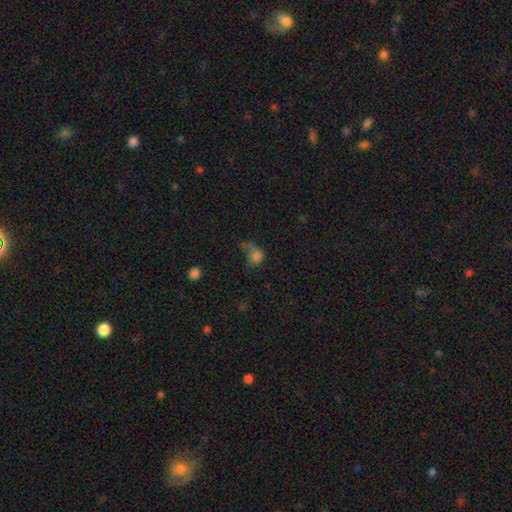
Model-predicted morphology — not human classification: This appears to be a smooth galaxy with no disk features (74%) that is in between round and cigar-shaped (50%). Merging: major disturbance (36%).